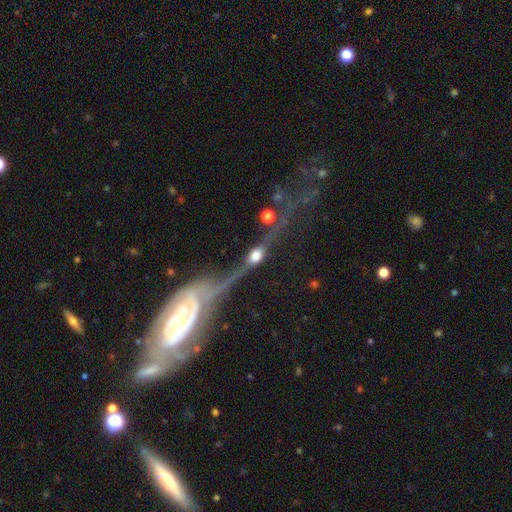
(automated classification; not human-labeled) Overall: featured or disk (64%). Edge-on disk: yes (71%). Merging: none (47%; merger 22%).